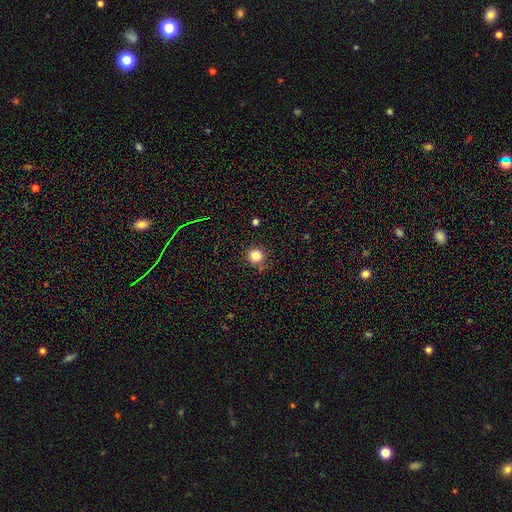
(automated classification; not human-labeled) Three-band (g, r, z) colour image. It shows a smooth galaxy with no disk features (82%) that is round (90%). Merging: none (82%).